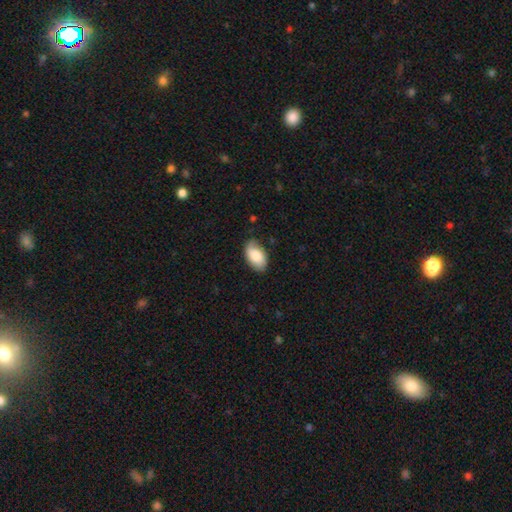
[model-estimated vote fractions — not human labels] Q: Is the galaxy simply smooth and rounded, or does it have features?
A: smooth — 79%.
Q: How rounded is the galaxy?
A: in between — 94%.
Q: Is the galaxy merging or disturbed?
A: none — 73%.